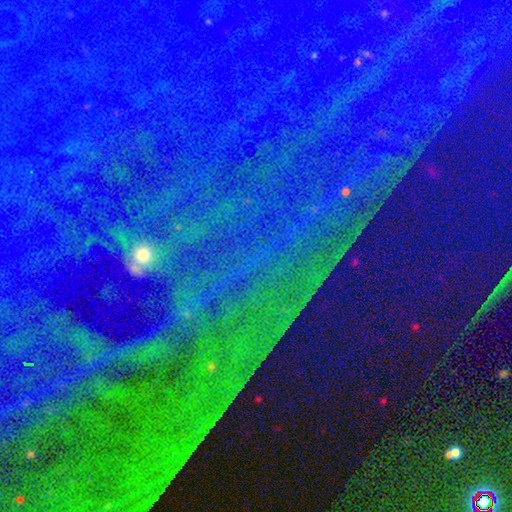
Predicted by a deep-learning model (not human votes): star or artifact 86%, featured or disk 7%, smooth 7%.